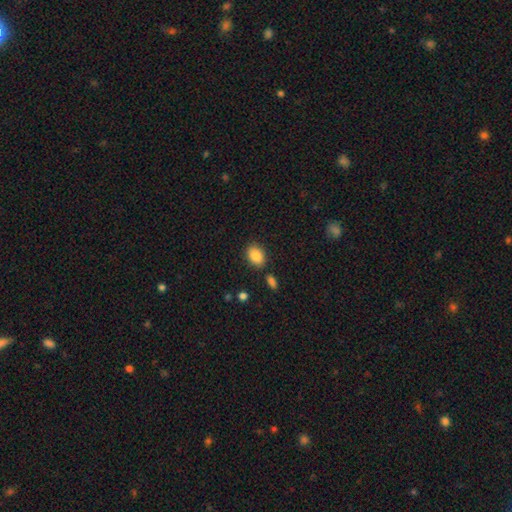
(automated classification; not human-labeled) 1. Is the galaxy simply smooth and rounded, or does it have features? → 87% smooth, 8% star or artifact, 5% featured or disk.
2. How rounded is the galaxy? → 76% in between, 23% round, 1% cigar-shaped.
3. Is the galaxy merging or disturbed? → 82% none, 11% minor disturbance, 4% merger, 3% major disturbance.